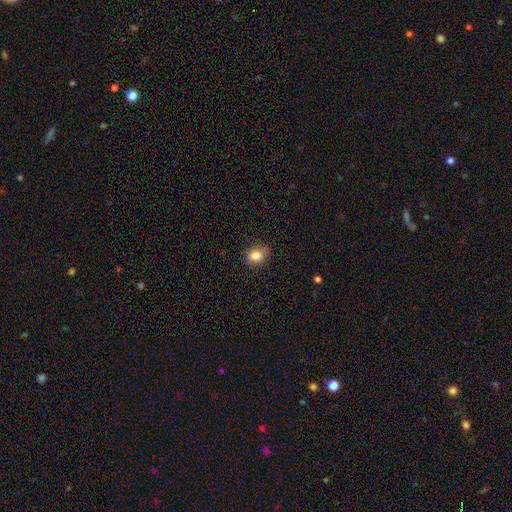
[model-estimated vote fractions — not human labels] Morphology: type=smooth (82%); roundness=round (52%); merging=none (78%).